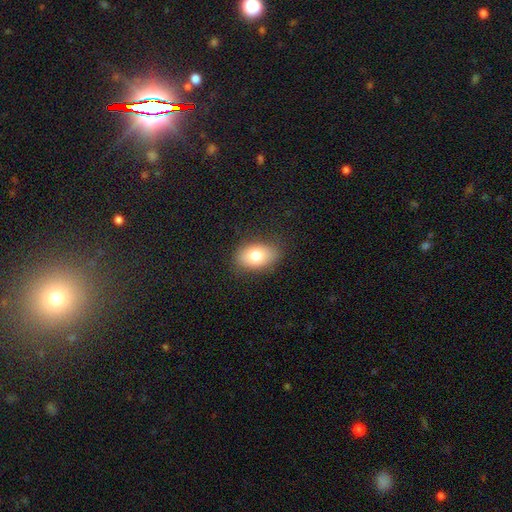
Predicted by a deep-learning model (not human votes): Q: Smooth or featured?
A: smooth (78%); runner-up: featured or disk (14%)
Q: How rounded?
A: in between (86%); runner-up: round (13%)
Q: Merging?
A: none (83%); runner-up: minor disturbance (13%)